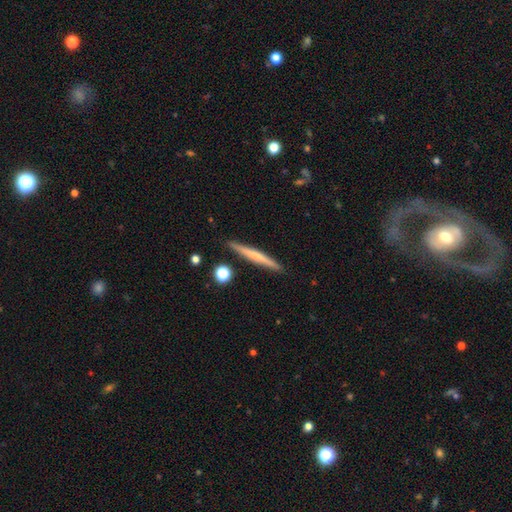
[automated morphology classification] smooth_or_featured: smooth (p=0.50) [alt: featured or disk p=0.44]
merging: none (p=0.91) [alt: minor disturbance p=0.06]